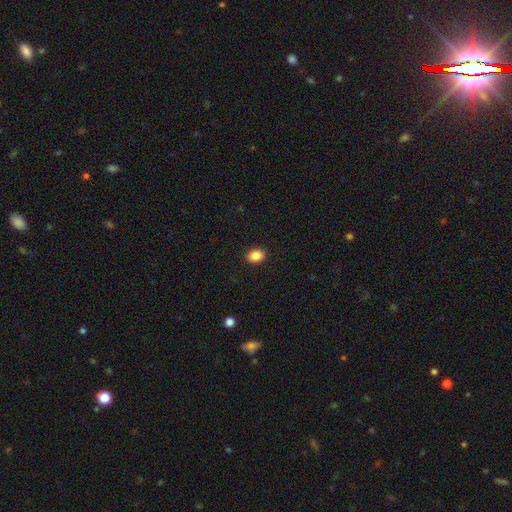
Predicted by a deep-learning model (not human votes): This is clearly a smooth galaxy (87%). How rounded: likely in between (60%). Merging: clearly none (90%).